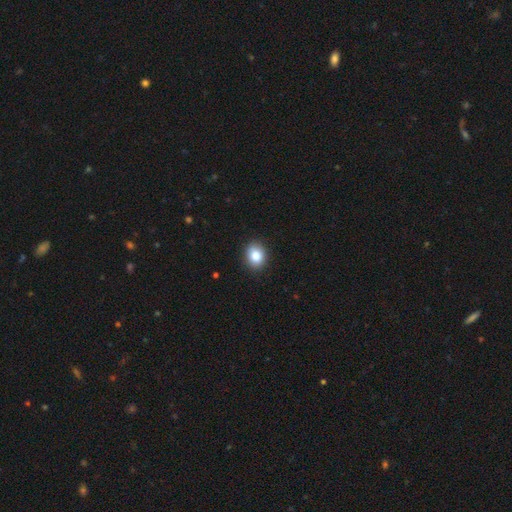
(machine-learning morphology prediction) The model was most divided on "how rounded": round: 51%, in between: 48%, cigar-shaped: 1%. More confident: merging — none (87%); smooth or featured — smooth (86%).